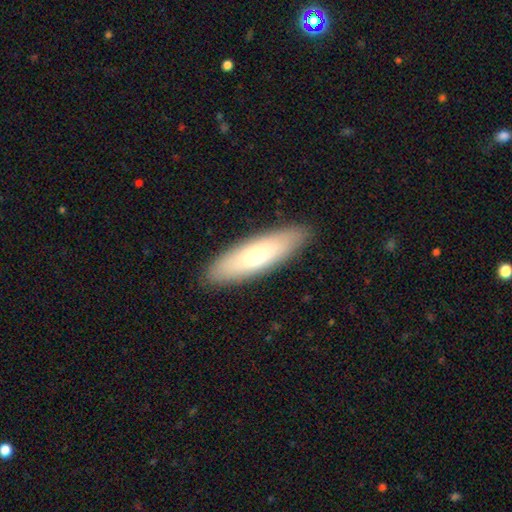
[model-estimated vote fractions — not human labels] Smooth or featured? Predicted: smooth (p=0.66). How rounded? Predicted: cigar-shaped (p=0.52). Merging? Predicted: none (p=0.89).